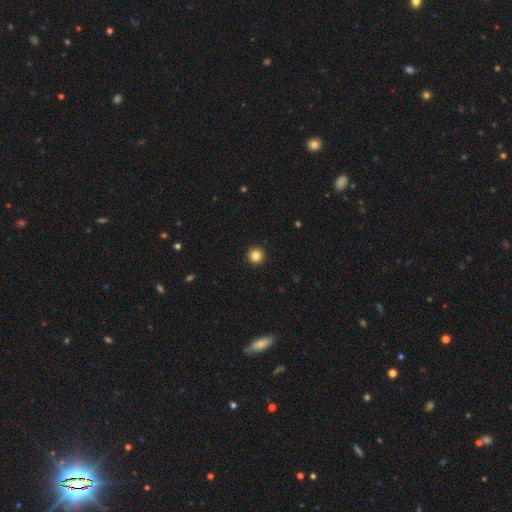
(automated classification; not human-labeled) Smooth or featured?
  - smooth: 84% *
  - star or artifact: 10%
  - featured or disk: 6%
How rounded?
  - round: 96% *
  - in between: 3%
  - cigar-shaped: 1%
Merging?
  - none: 94% *
  - minor disturbance: 4%
  - major disturbance: 1%
  - merger: 1%